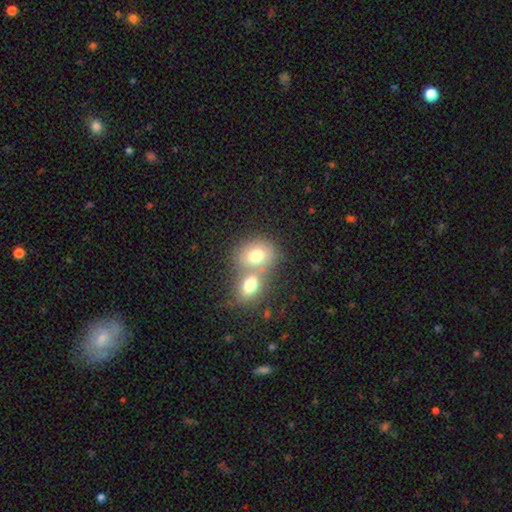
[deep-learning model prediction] smooth-or-featured: smooth: 74% | featured or disk: 16% | star or artifact: 10%
  how-rounded: in between: 50% | round: 48% | cigar-shaped: 1%
  merging: merger: 56% | none: 33% | minor disturbance: 8% | major disturbance: 3%